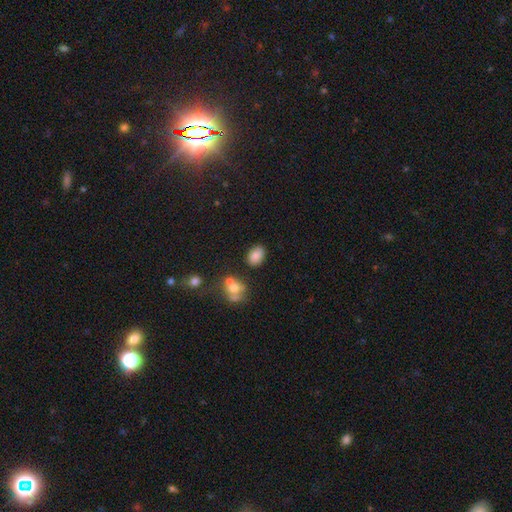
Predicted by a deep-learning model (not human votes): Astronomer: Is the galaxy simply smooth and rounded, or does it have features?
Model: smooth — 82%.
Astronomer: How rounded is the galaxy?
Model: in between — 77%.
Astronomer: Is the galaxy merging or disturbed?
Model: none — 77%.